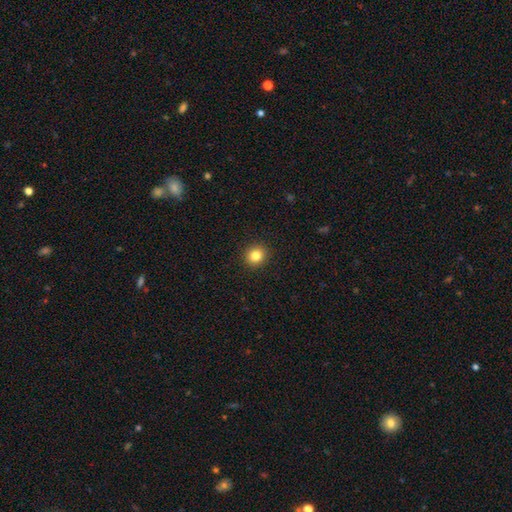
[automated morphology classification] Smooth or featured? Predicted: smooth (p=0.83). How rounded? Predicted: round (p=0.89). Merging? Predicted: none (p=0.93).